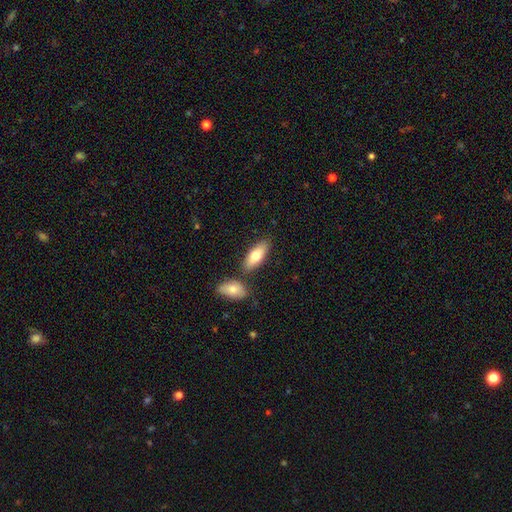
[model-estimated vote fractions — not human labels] A smooth galaxy with no disk features (75%) that is in between round and cigar-shaped (77%).

Vote fractions:
- Smooth or featured? smooth: 75% / featured or disk: 20% / star or artifact: 6%
- How rounded? in between: 77% / cigar-shaped: 20% / round: 3%
- Merging? none: 73% / merger: 14% / minor disturbance: 11% / major disturbance: 3%